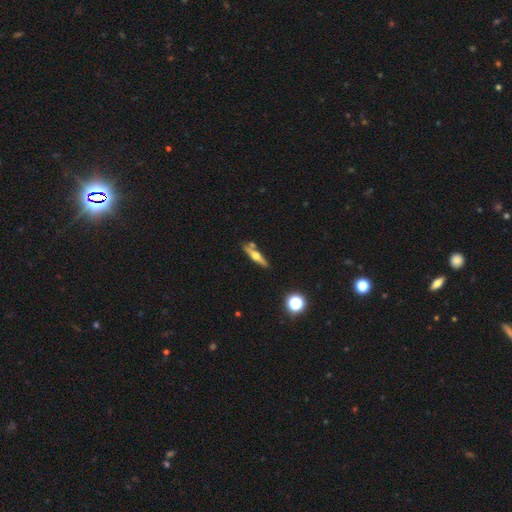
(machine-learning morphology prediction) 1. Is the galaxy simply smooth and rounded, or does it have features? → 59% featured or disk, 34% smooth, 7% star or artifact.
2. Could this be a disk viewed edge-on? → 94% yes, 6% no.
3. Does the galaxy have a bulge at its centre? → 93% rounded, 3% boxy, 3% none.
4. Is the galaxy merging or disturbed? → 76% none, 12% minor disturbance, 9% merger, 3% major disturbance.